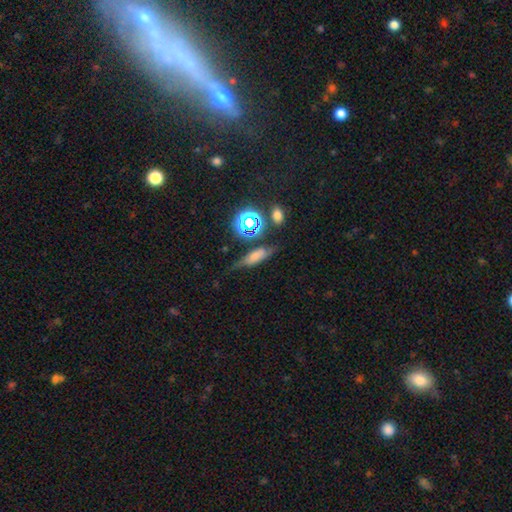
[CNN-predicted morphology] The model was most divided on "how rounded": in between: 50%, cigar-shaped: 38%, round: 12%. More confident: merging — none (54%); smooth or featured — smooth (52%).